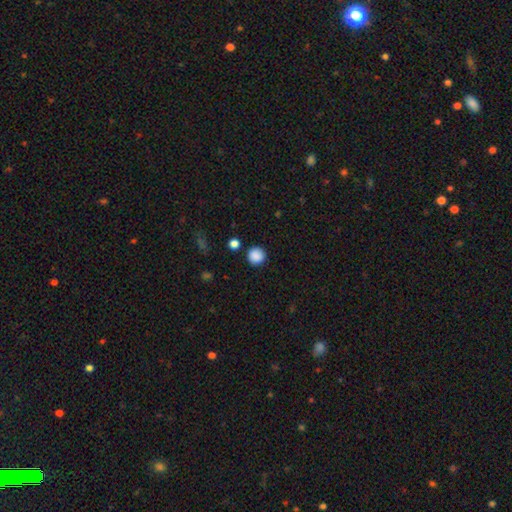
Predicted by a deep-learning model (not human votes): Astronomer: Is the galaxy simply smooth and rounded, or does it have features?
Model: smooth — 88%.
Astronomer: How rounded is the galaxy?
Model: round — 95%.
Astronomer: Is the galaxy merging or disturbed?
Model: none — 89%.